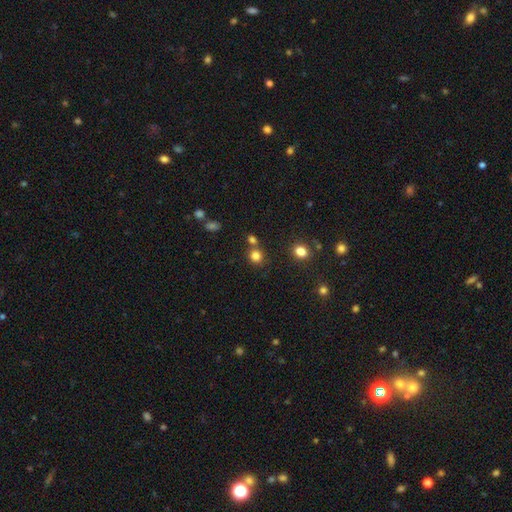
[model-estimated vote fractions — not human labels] Smooth or featured?
  - smooth: 80% *
  - star or artifact: 14%
  - featured or disk: 6%
How rounded?
  - round: 85% *
  - in between: 14%
  - cigar-shaped: 1%
Merging?
  - none: 68% *
  - merger: 19%
  - minor disturbance: 9%
  - major disturbance: 3%